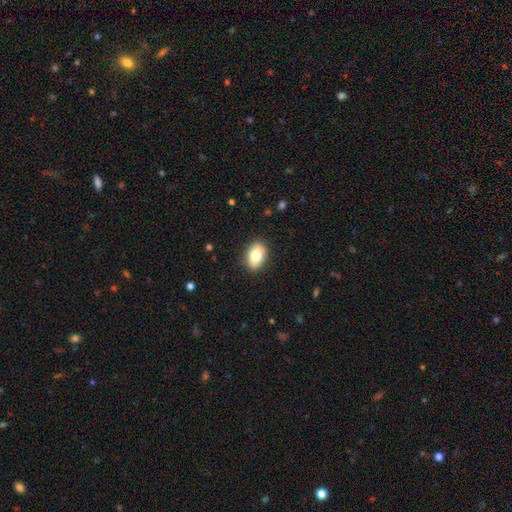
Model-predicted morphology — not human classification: smooth_or_featured: smooth (p=0.79) [alt: featured or disk p=0.14]
how_rounded: in between (p=0.85) [alt: round p=0.14]
merging: none (p=0.87) [alt: minor disturbance p=0.10]